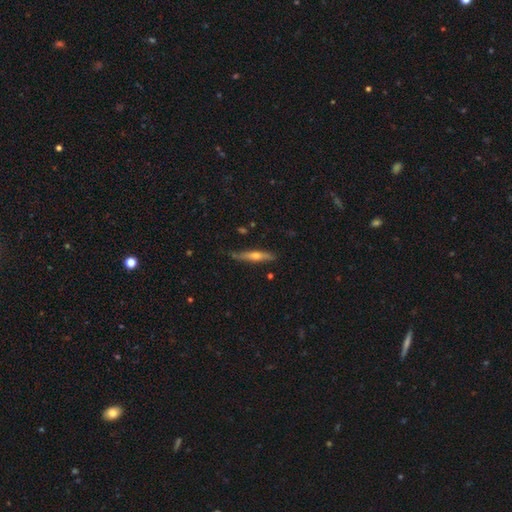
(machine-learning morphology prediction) Overall: featured or disk (54%; smooth 40%). Edge-on disk: yes (93%). Edge-on bulge: rounded (89%). Merging: none (78%).